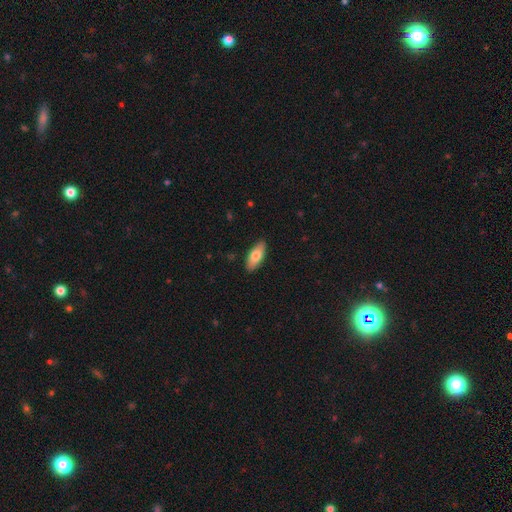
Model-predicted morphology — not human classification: type=smooth (74%); roundness=in between (80%); merging=none (89%).